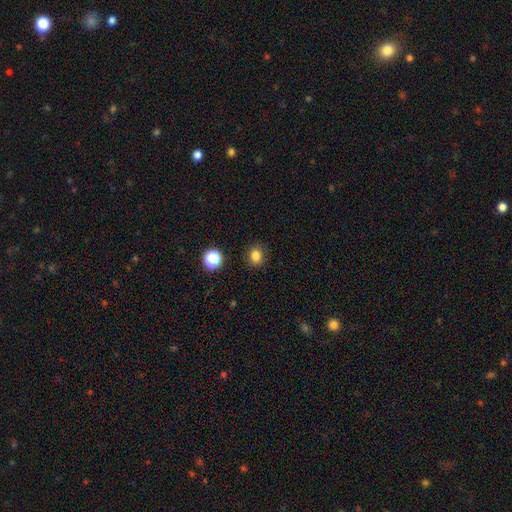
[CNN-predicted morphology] A smooth galaxy with no disk features (82%) that is round (57%).

Vote fractions:
- Smooth or featured? smooth: 82% / star or artifact: 13% / featured or disk: 5%
- How rounded? round: 57% / in between: 42% / cigar-shaped: 1%
- Merging? none: 86% / minor disturbance: 9% / major disturbance: 3% / merger: 2%